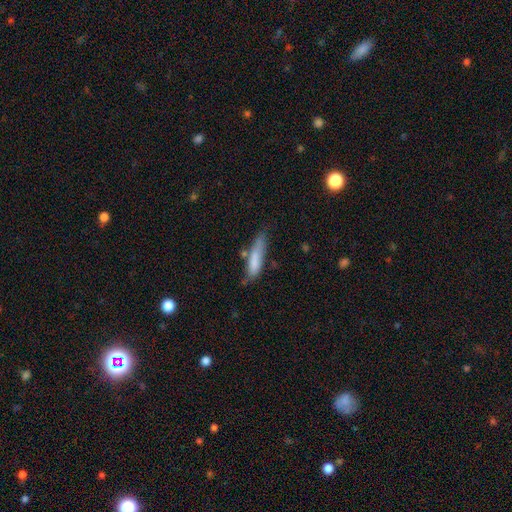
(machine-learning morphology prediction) A smooth galaxy with no disk features (73%) that is cigar-shaped (80%).

Vote fractions:
- Smooth or featured? smooth: 73% / featured or disk: 20% / star or artifact: 7%
- How rounded? cigar-shaped: 80% / in between: 18% / round: 2%
- Merging? none: 53% / minor disturbance: 29% / major disturbance: 9% / merger: 8%